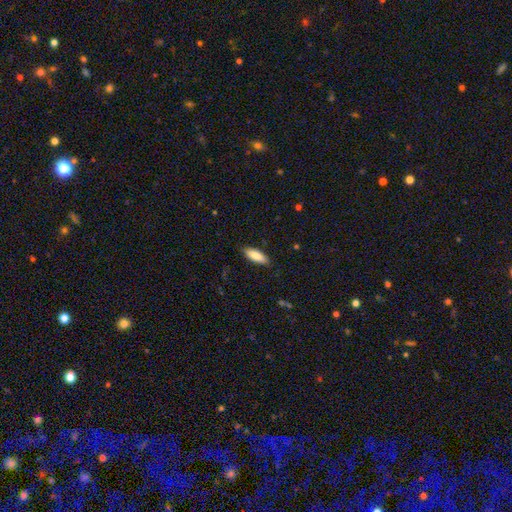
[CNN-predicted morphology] This is clearly a smooth galaxy (84%). How rounded: likely in between (70%). Merging: clearly none (86%).